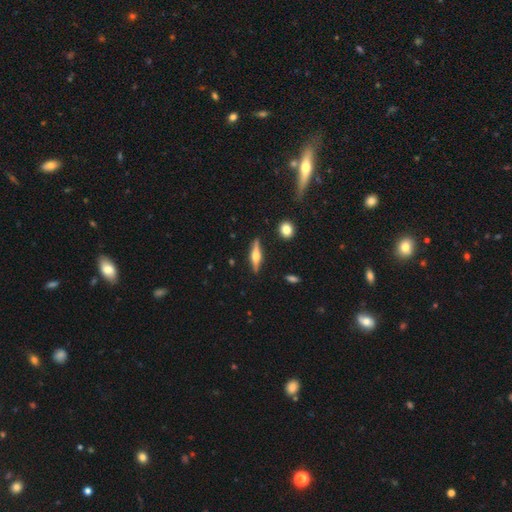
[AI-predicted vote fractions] A featured or disk galaxy (66%) viewed edge-on (97%) with a rounded central bulge (91%). Merging: none (88%).